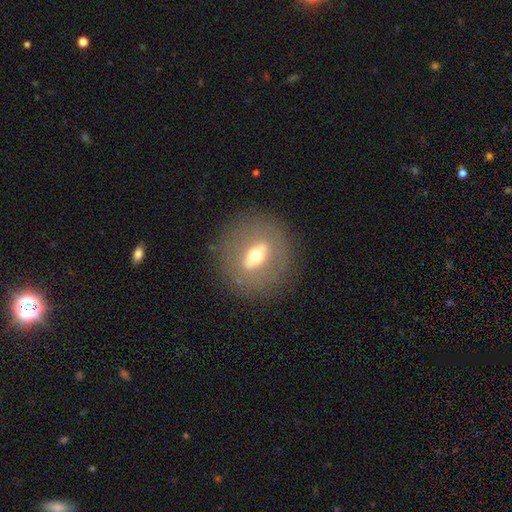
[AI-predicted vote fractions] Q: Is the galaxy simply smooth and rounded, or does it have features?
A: featured or disk — 57%.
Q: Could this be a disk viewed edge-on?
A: no — 67%.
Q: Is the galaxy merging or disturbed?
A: none — 84%.